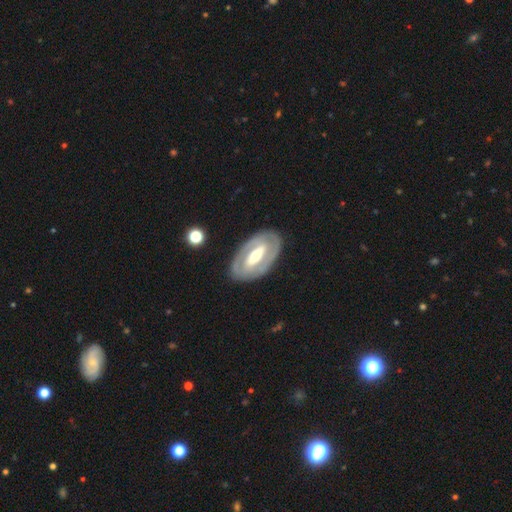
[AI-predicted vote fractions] Overall: featured or disk (74%). Edge-on disk: no (91%). Bar: strong (52%; weak 27%). Spiral arms: no (59%; yes 41%). Bulge size: moderate (63%; small 25%). Merging: none (84%).